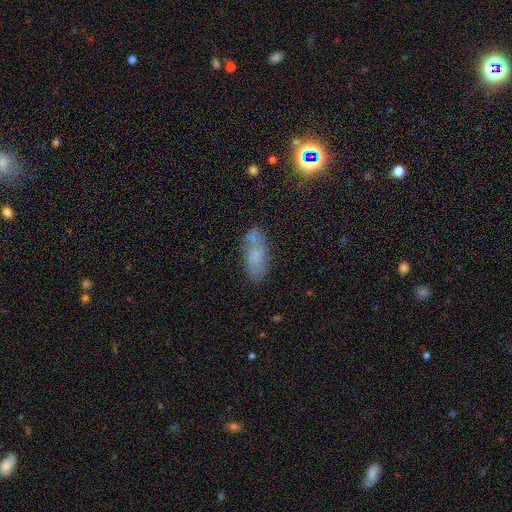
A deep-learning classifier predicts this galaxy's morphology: type=smooth (64%); roundness=in between (78%); merging=none (58%).